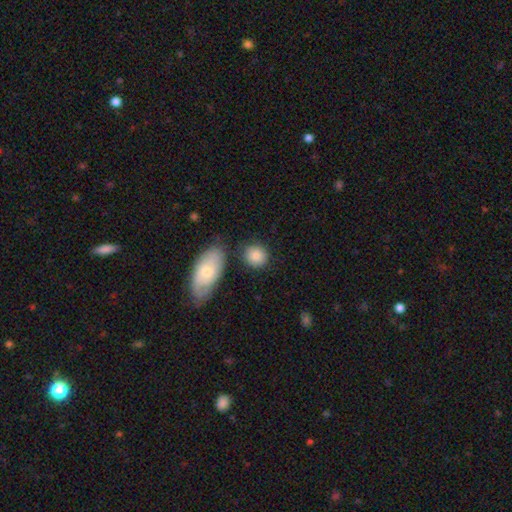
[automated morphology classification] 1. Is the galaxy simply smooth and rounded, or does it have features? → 83% smooth, 10% featured or disk, 7% star or artifact.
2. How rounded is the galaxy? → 76% round, 22% in between, 2% cigar-shaped.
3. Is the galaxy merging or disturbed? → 75% none, 11% minor disturbance, 10% merger, 4% major disturbance.